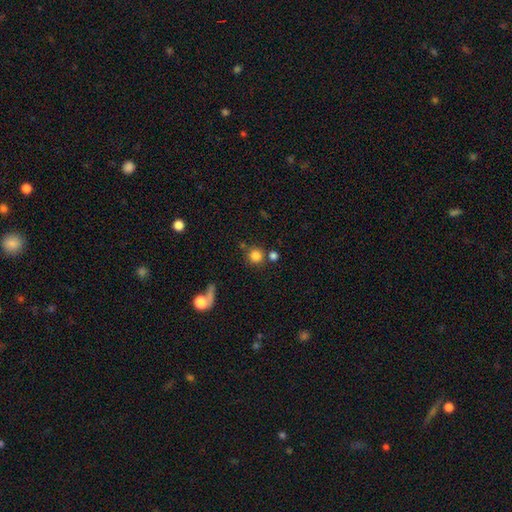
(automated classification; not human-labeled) Smooth or featured?
  - smooth: 82% *
  - star or artifact: 12%
  - featured or disk: 7%
How rounded?
  - round: 93% *
  - in between: 6%
  - cigar-shaped: 1%
Merging?
  - none: 74% *
  - merger: 14%
  - minor disturbance: 8%
  - major disturbance: 4%